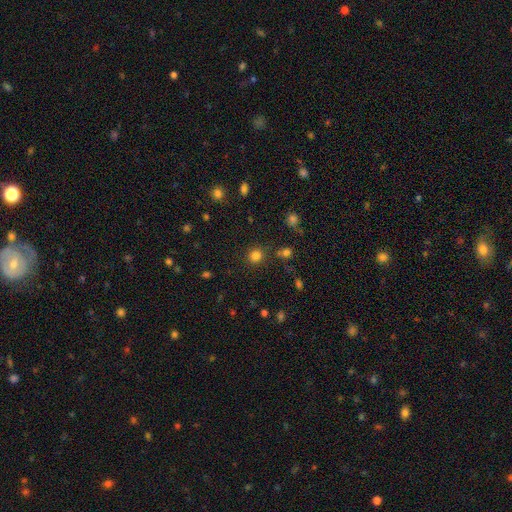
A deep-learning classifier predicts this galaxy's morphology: Smooth or featured: smooth — 81% (star or artifact — 15%)
How rounded: round — 91% (in between — 8%)
Merging: none — 87% (minor disturbance — 7%)